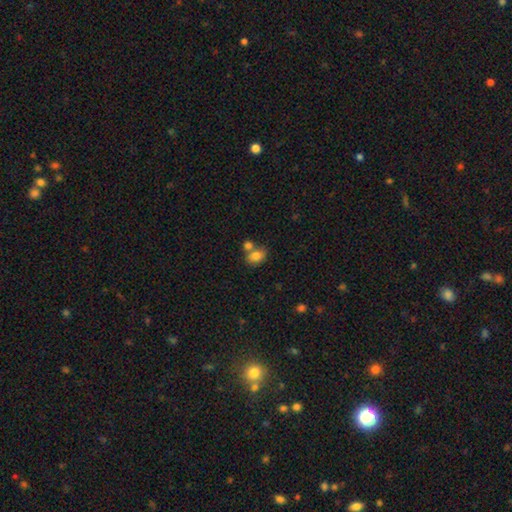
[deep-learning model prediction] Morphology: type=smooth (81%); roundness=in between (72%); merging=none (48%).